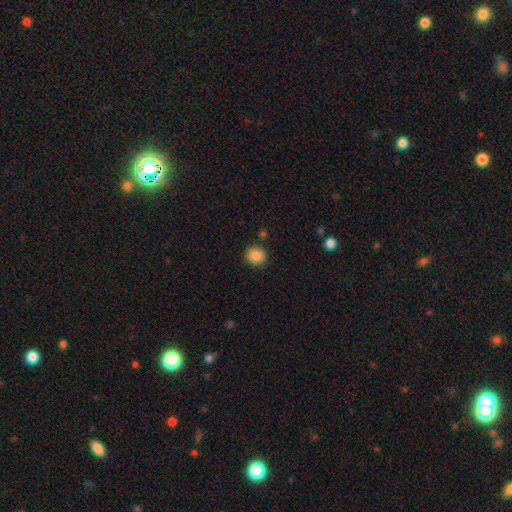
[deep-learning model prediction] The model was most divided on "how rounded": round: 84%, in between: 15%, cigar-shaped: 1%. More confident: merging — none (88%); smooth or featured — smooth (87%).